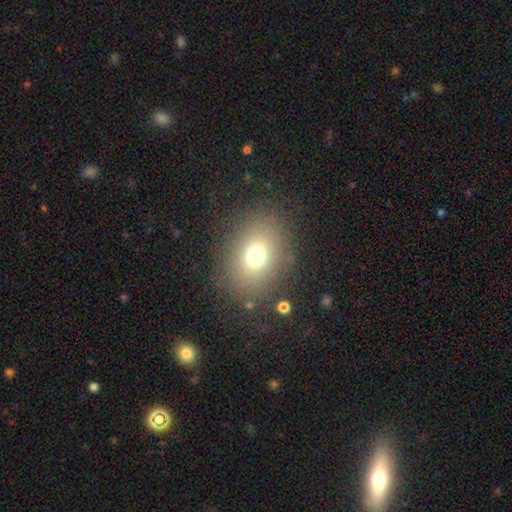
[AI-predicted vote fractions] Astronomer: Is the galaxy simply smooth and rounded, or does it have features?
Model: smooth — 71%.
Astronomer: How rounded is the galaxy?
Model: in between — 55% (runner-up: round, 44%).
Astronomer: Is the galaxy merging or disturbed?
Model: none — 83%.